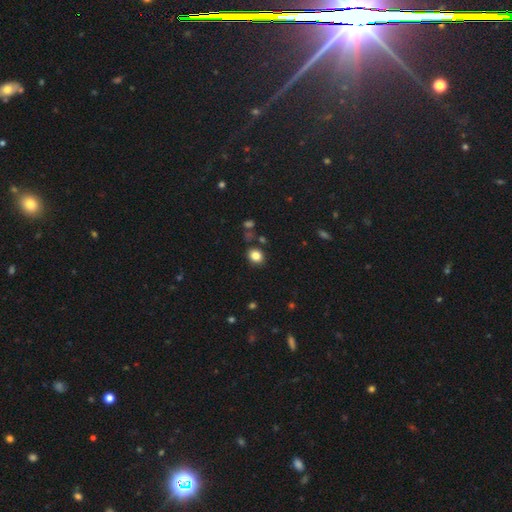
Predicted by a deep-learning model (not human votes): Smooth or featured? Predicted: smooth (p=0.84). How rounded? Predicted: round (p=0.55). Merging? Predicted: none (p=0.83).